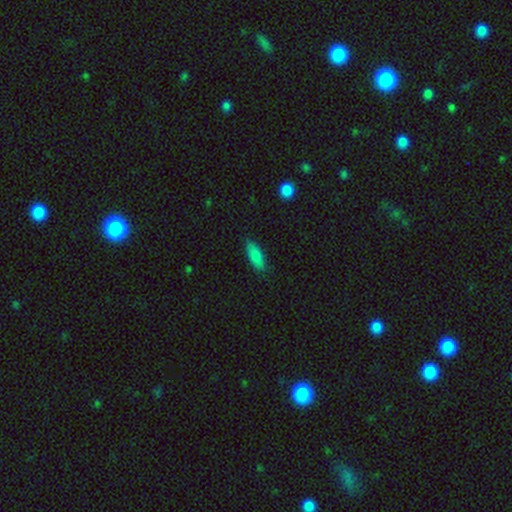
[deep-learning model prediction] Smooth or featured?
  - smooth: 85% *
  - featured or disk: 7%
  - star or artifact: 7%
How rounded?
  - in between: 73% *
  - cigar-shaped: 25%
  - round: 2%
Merging?
  - none: 83% *
  - minor disturbance: 13%
  - major disturbance: 3%
  - merger: 1%